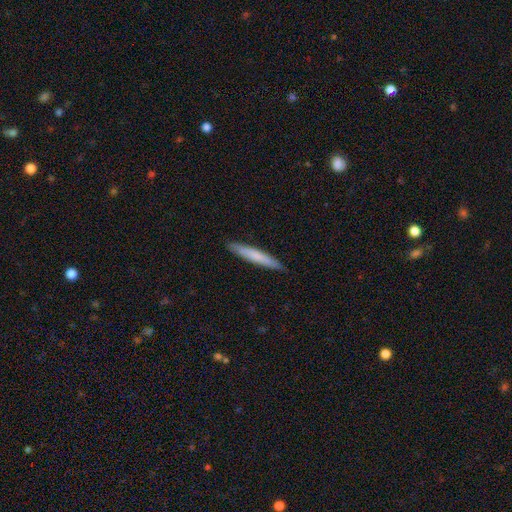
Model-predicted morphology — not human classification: type=smooth (70%); roundness=cigar-shaped (95%); merging=none (90%).